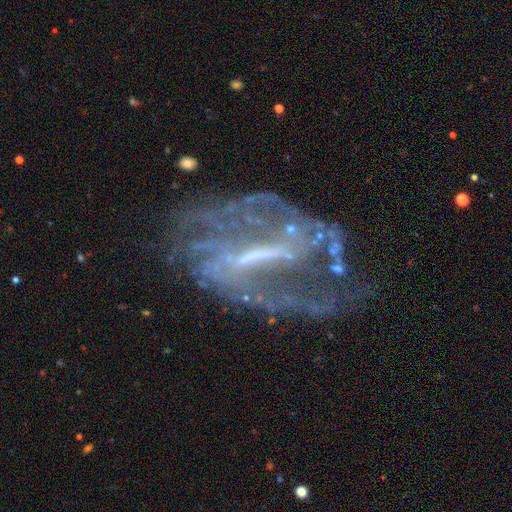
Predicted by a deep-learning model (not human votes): Smooth or featured: featured or disk — 83% (star or artifact — 10%)
Edge-on disk: no — 94% (yes — 6%)
Bar: strong — 48% (weak — 37%)
Spiral arms: yes — 78% (no — 22%)
Spiral winding: medium — 40% (tight — 34%)
Spiral arm count: can't tell — 46% (2 — 25%)
Bulge size: small — 43% (none — 29%)
Merging: none — 49% (major disturbance — 28%)